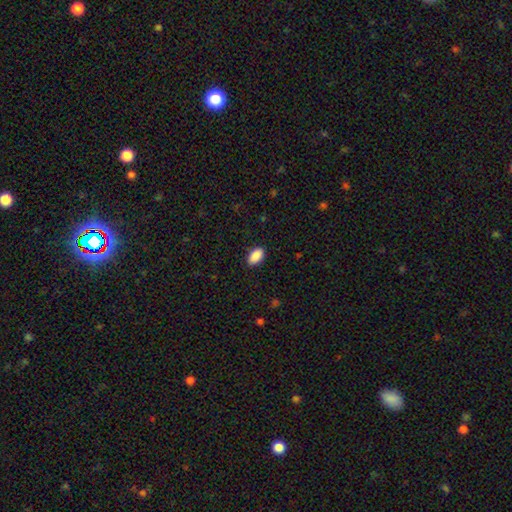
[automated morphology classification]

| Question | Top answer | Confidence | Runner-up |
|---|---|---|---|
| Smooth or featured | smooth | 90% | star or artifact (7%) |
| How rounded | in between | 94% | round (5%) |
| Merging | none | 88% | minor disturbance (9%) |